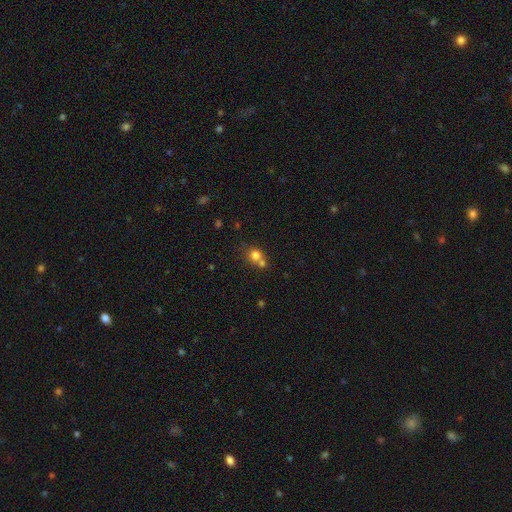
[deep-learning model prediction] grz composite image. It shows a smooth galaxy with no disk features (76%) that is round (79%). Merging: merger (48%).